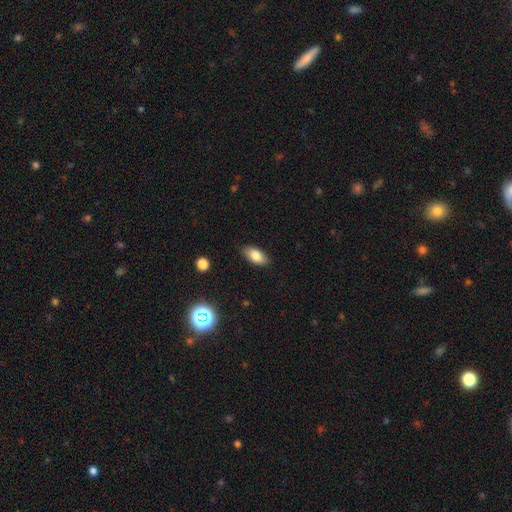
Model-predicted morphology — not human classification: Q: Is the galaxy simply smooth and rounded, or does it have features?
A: smooth — 82%.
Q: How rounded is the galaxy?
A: in between — 90%.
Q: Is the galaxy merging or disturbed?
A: none — 86%.